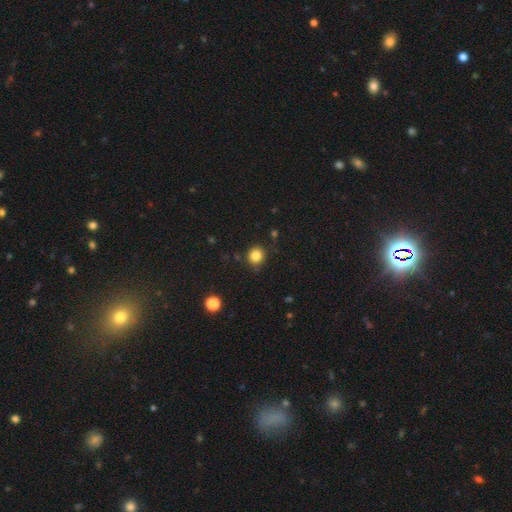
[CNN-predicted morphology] The model was most divided on "how rounded": round: 84%, in between: 15%, cigar-shaped: 1%. More confident: smooth or featured — smooth (84%); merging — none (83%).